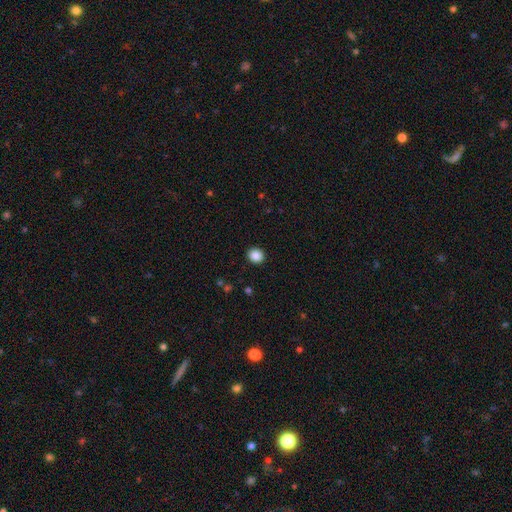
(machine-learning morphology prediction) Smooth or featured? smooth (87%)
How rounded? round (84%)
Merging? none (92%)